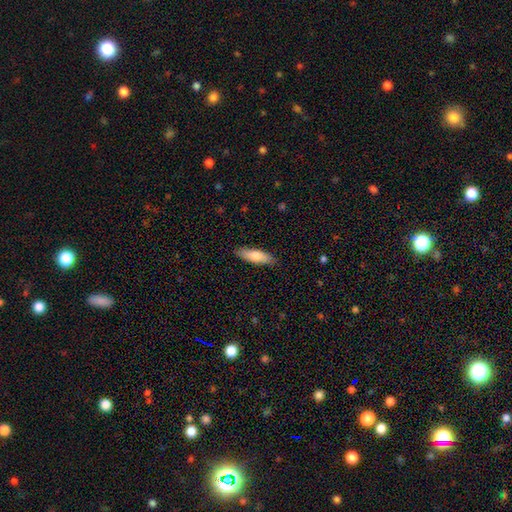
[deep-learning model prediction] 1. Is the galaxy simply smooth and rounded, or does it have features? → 77% smooth, 17% featured or disk, 5% star or artifact.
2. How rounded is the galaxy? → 53% cigar-shaped, 45% in between, 2% round.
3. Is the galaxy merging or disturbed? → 87% none, 10% minor disturbance, 2% major disturbance, 1% merger.